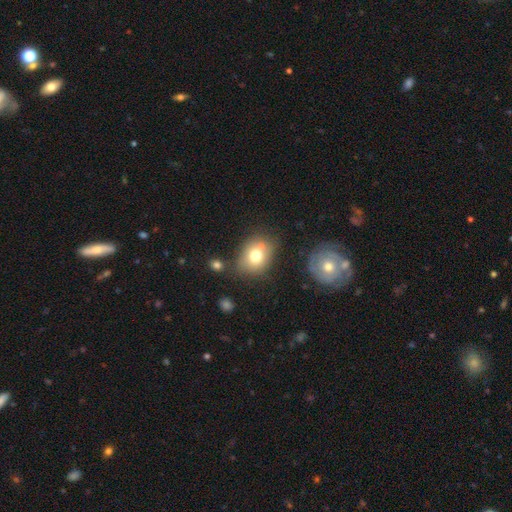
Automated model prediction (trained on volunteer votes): A smooth galaxy with no disk features (73%) that is in between round and cigar-shaped (60%).

Vote fractions:
- Smooth or featured? smooth: 73% / featured or disk: 18% / star or artifact: 10%
- How rounded? in between: 60% / round: 39% / cigar-shaped: 1%
- Merging? none: 65% / minor disturbance: 19% / merger: 10% / major disturbance: 6%